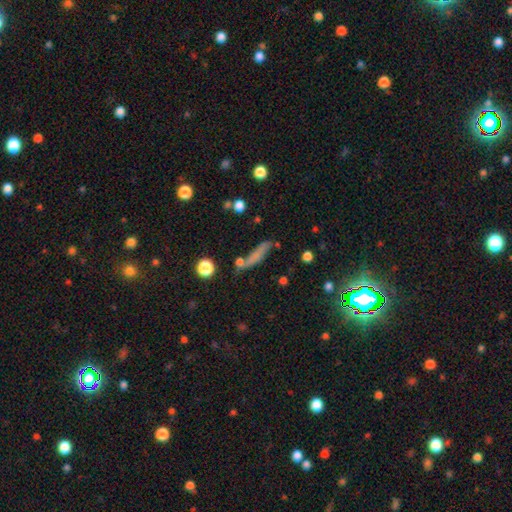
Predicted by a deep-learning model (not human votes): smooth-or-featured: smooth: 65% | featured or disk: 22% | star or artifact: 13%
  how-rounded: cigar-shaped: 79% | in between: 16% | round: 5%
  merging: none: 66% | minor disturbance: 17% | merger: 11% | major disturbance: 6%